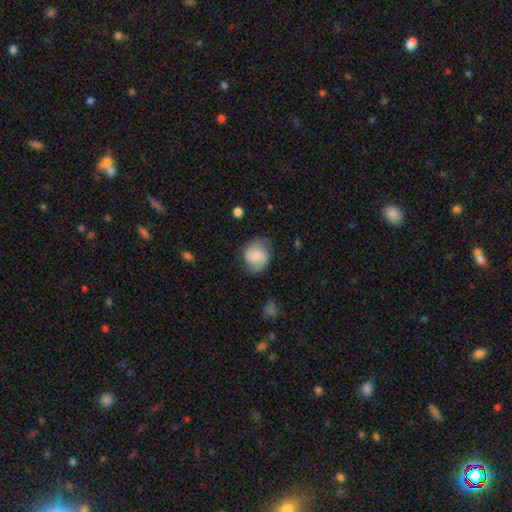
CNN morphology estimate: Smooth or featured? featured or disk (51%)
Edge-on disk? no (98%)
Merging? none (71%)